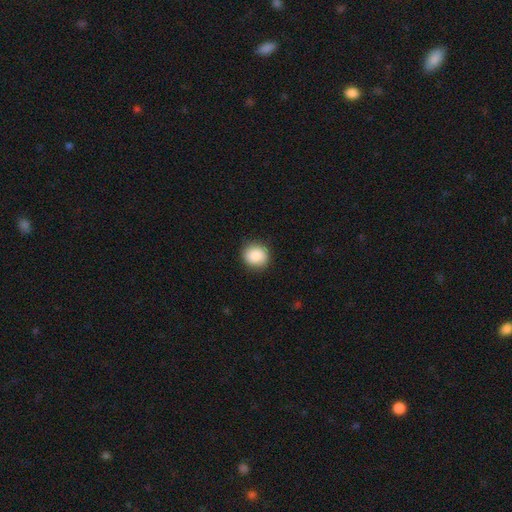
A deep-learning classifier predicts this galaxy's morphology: Smooth or featured? Predicted: smooth (p=0.89). How rounded? Predicted: round (p=0.86). Merging? Predicted: none (p=0.88).